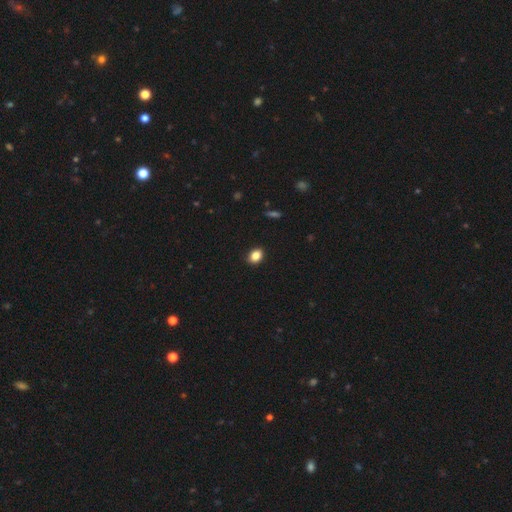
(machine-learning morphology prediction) This appears to be a smooth galaxy with no disk features (86%) that is in between round and cigar-shaped (62%). Merging: none (89%).